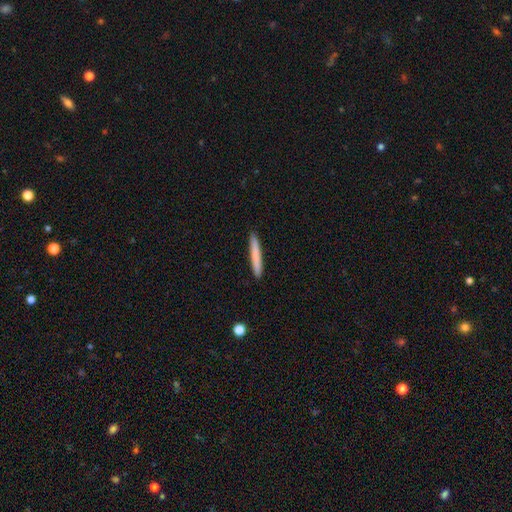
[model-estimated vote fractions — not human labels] This is likely a smooth galaxy (78%). How rounded: clearly cigar-shaped (96%). Merging: clearly none (92%).